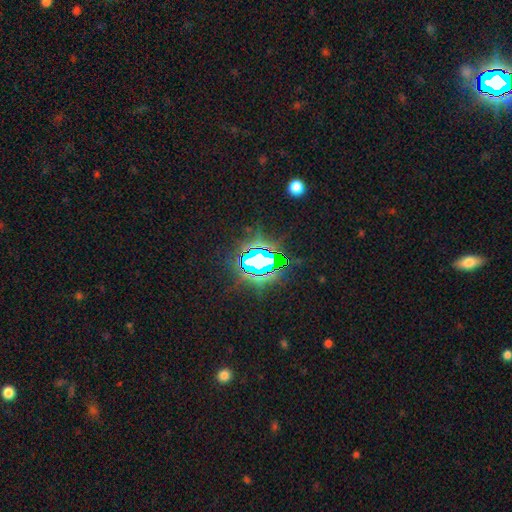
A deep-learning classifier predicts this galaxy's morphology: A star or artifact, not a galaxy (81%).

Vote fractions:
- Smooth or featured? star or artifact: 81% / smooth: 11% / featured or disk: 9%